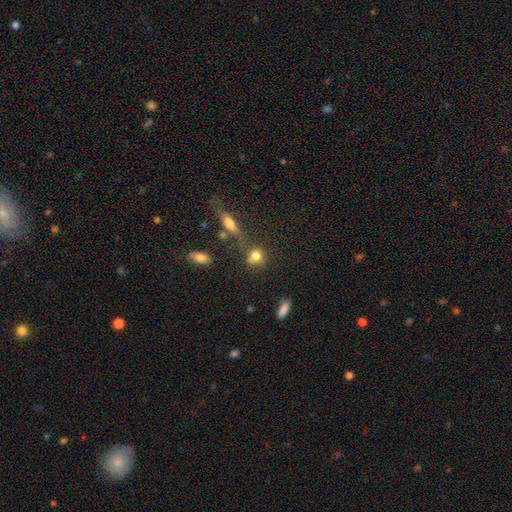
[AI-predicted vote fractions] A smooth galaxy with no disk features (78%) that is round (70%).

Vote fractions:
- Smooth or featured? smooth: 78% / star or artifact: 12% / featured or disk: 10%
- How rounded? round: 70% / in between: 26% / cigar-shaped: 3%
- Merging? none: 54% / merger: 21% / minor disturbance: 17% / major disturbance: 8%